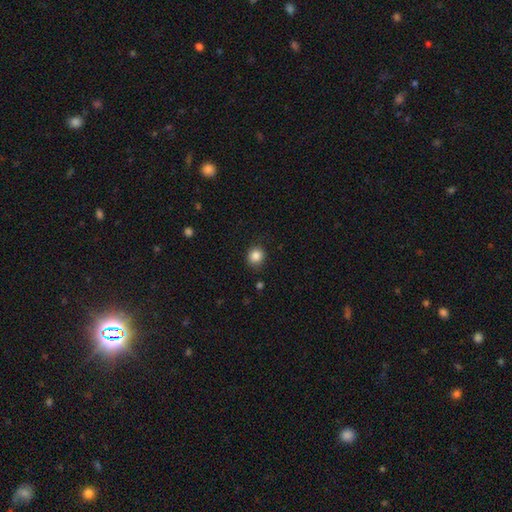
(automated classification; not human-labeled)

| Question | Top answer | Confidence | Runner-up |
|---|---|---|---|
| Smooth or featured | smooth | 86% | star or artifact (10%) |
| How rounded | round | 84% | in between (15%) |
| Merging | none | 85% | minor disturbance (11%) |